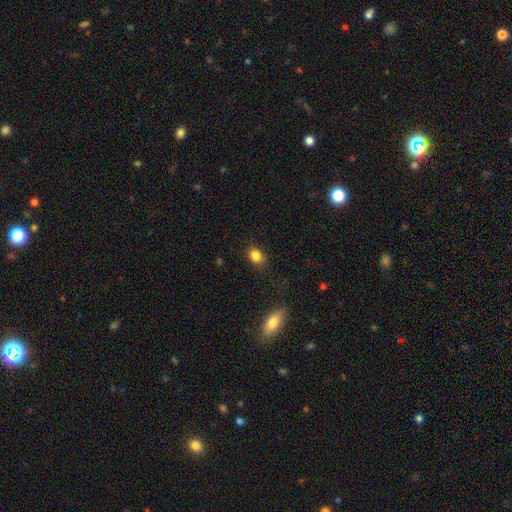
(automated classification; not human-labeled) A smooth galaxy with no disk features (85%) that is in between round and cigar-shaped (56%).

Vote fractions:
- Smooth or featured? smooth: 85% / star or artifact: 10% / featured or disk: 5%
- How rounded? in between: 56% / round: 42% / cigar-shaped: 2%
- Merging? none: 81% / minor disturbance: 14% / major disturbance: 3% / merger: 2%